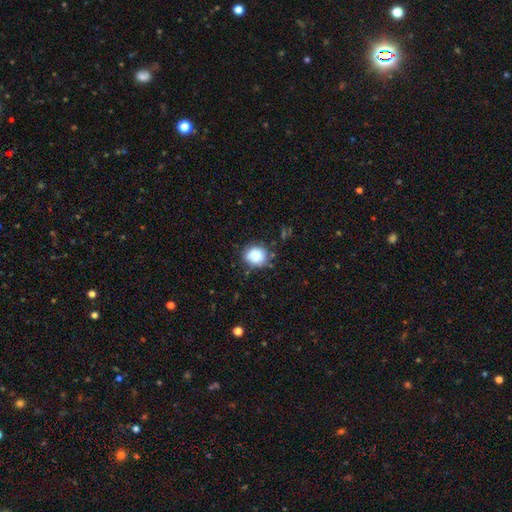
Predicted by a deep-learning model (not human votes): Morphology: type=smooth (86%); roundness=round (82%); merging=none (80%).